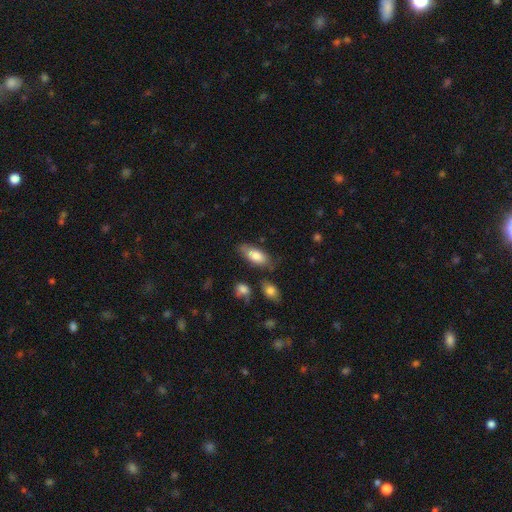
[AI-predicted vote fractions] smooth 76%, featured or disk 17%, star or artifact 7%. Down the decision tree: how rounded — in between (85%); merging — none (66%).